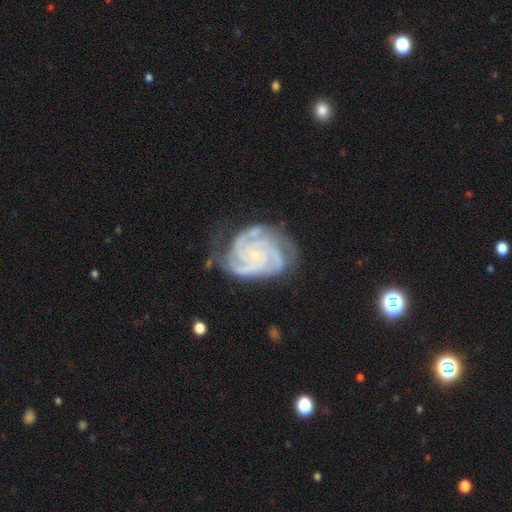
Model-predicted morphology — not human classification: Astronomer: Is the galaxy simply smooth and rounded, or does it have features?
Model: featured or disk — 91%.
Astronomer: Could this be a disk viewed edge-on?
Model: no — 98%.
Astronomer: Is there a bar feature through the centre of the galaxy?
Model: no — 75%.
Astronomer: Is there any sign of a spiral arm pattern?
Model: yes — 98%.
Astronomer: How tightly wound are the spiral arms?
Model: tight — 71%.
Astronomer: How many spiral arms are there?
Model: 3 — 41% (runner-up: 4, 33%).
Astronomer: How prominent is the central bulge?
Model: small — 82%.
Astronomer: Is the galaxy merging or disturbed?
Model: none — 64%.